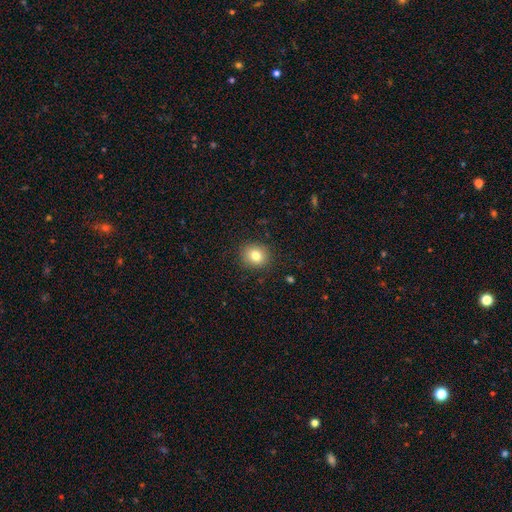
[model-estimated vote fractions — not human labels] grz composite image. It shows a smooth galaxy with no disk features (80%) that is round (81%). Merging: none (89%).